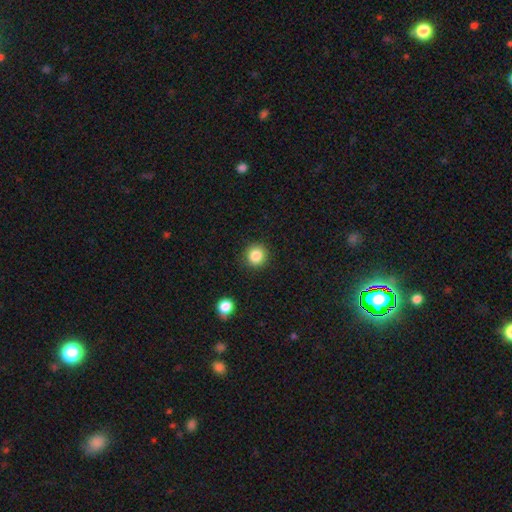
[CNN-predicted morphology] smooth 85%, star or artifact 11%, featured or disk 4%. Down the decision tree: how rounded — round (93%); merging — none (90%).